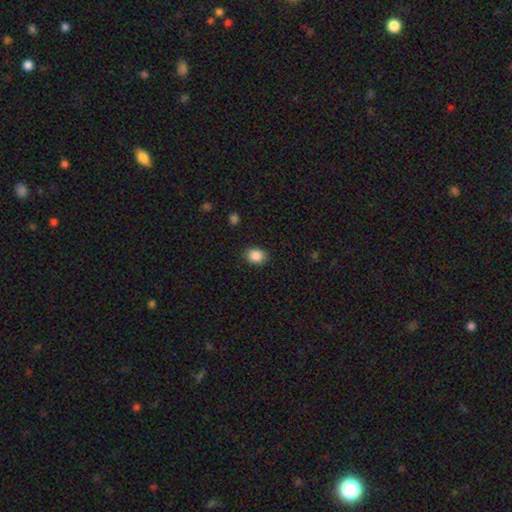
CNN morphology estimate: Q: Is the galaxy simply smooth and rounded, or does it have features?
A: smooth — 87%.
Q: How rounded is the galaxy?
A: in between — 59%.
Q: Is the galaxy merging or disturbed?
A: none — 87%.